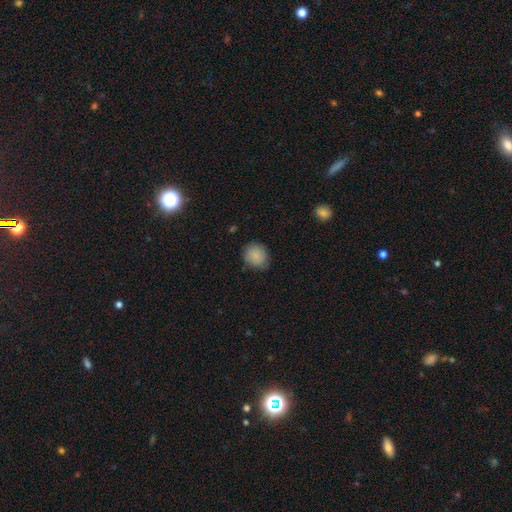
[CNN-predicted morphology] Smooth or featured? smooth (86%)
How rounded? round (82%)
Merging? none (77%)